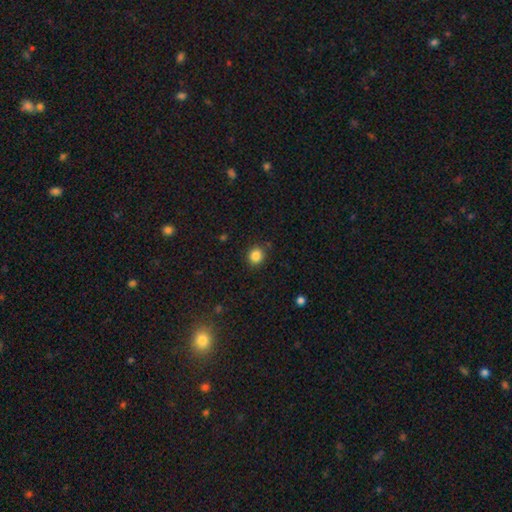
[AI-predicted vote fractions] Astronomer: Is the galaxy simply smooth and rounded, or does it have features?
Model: smooth — 85%.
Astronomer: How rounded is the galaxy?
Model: round — 83%.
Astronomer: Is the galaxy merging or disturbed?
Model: none — 86%.